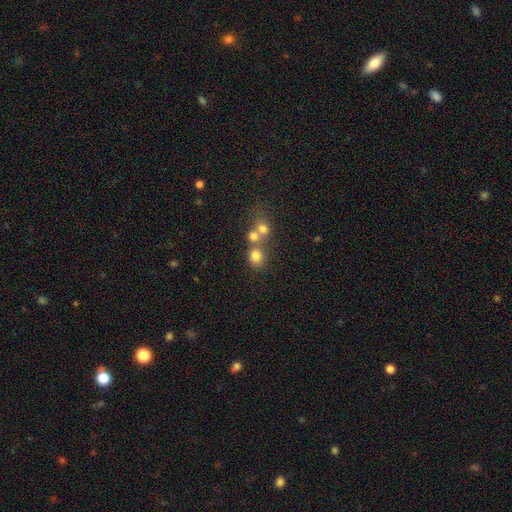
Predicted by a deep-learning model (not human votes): Overall: smooth (75%). How rounded: round (73%). Merging: merger (46%; none 42%).